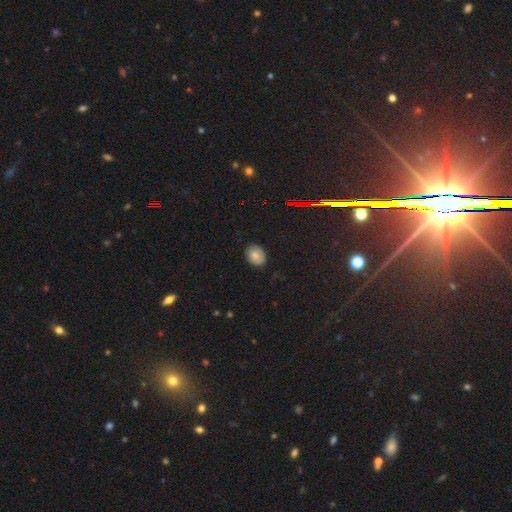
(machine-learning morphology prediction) smooth 75%, featured or disk 12%, star or artifact 12%. Down the decision tree: how rounded — in between (60%); merging — none (85%).